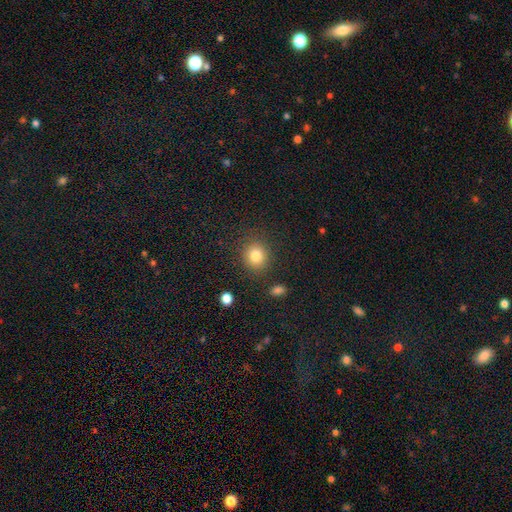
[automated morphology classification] This is clearly a smooth galaxy (83%). How rounded: clearly round (80%). Merging: clearly none (85%).